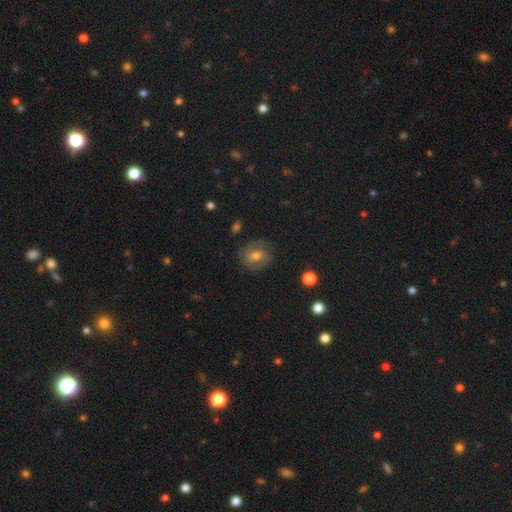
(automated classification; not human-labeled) A smooth galaxy with no disk features (46%).

Vote fractions:
- Smooth or featured? smooth: 46% / featured or disk: 44% / star or artifact: 9%
- Merging? none: 77% / minor disturbance: 15% / major disturbance: 6% / merger: 1%